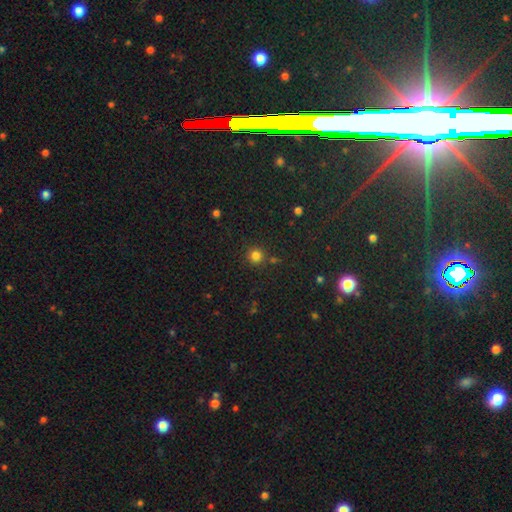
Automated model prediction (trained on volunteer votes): A smooth galaxy with no disk features (80%) that is round (93%).

Vote fractions:
- Smooth or featured? smooth: 80% / star or artifact: 16% / featured or disk: 5%
- How rounded? round: 93% / in between: 6% / cigar-shaped: 1%
- Merging? none: 84% / minor disturbance: 8% / merger: 6% / major disturbance: 3%